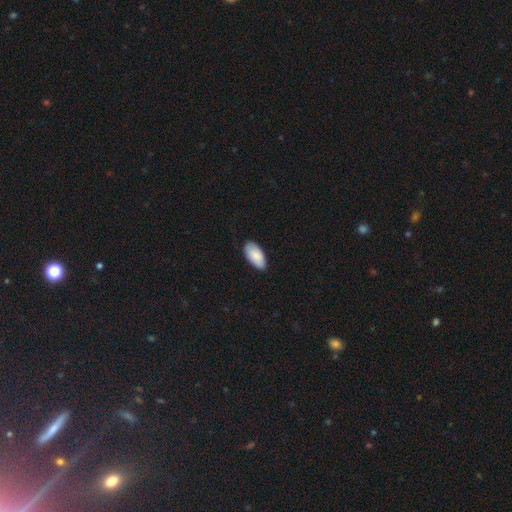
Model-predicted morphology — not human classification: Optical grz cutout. It shows a smooth galaxy with no disk features (86%) that is in between round and cigar-shaped (94%). Merging: none (80%).